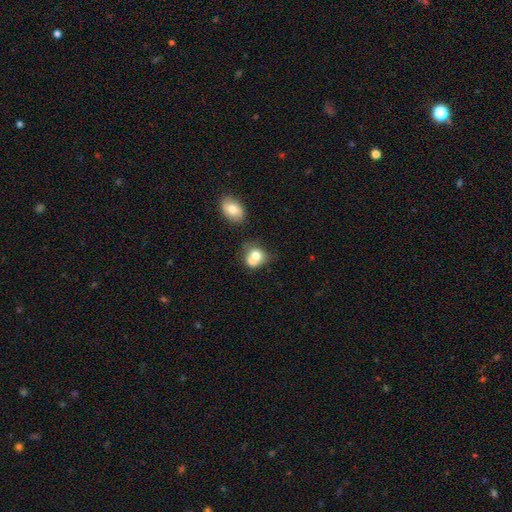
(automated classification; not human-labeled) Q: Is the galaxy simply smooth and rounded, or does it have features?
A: smooth — 71%.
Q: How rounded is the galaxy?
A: round — 67%.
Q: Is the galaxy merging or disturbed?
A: merger — 49%.